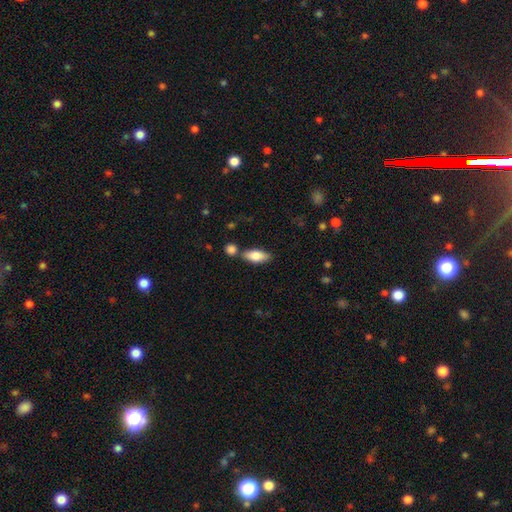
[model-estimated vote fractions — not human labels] smooth-or-featured: smooth: 77% | featured or disk: 17% | star or artifact: 6%
  how-rounded: in between: 79% | cigar-shaped: 18% | round: 3%
  merging: none: 72% | merger: 13% | minor disturbance: 12% | major disturbance: 3%